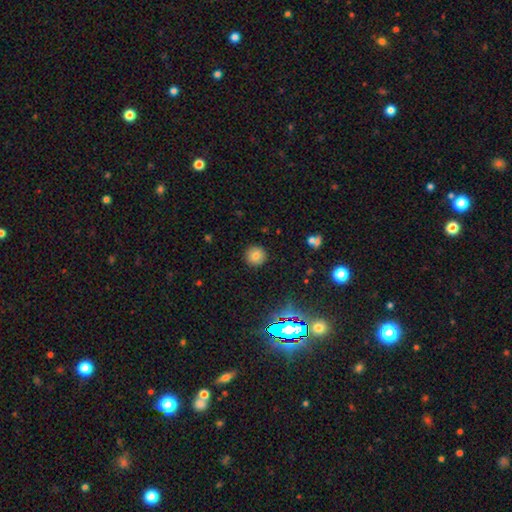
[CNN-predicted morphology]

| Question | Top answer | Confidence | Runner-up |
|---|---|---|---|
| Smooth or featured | smooth | 78% | star or artifact (14%) |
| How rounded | round | 94% | in between (5%) |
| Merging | none | 91% | minor disturbance (6%) |